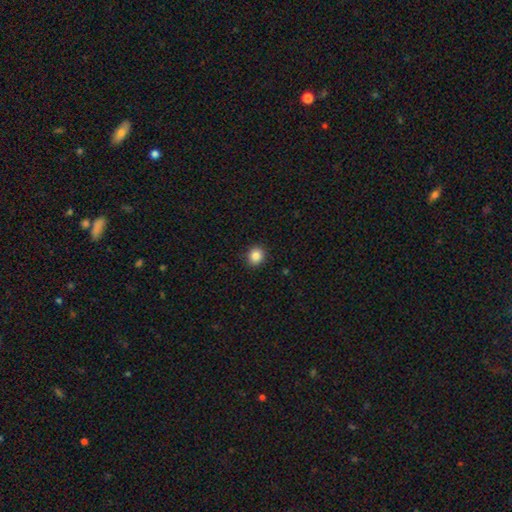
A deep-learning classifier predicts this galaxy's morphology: Overall: smooth (86%). How rounded: round (78%). Merging: none (91%).